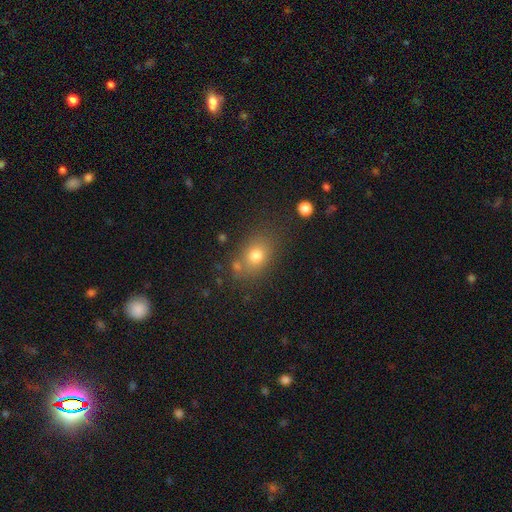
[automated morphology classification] This is likely a smooth galaxy (75%). How rounded: likely in between (63%). Merging: likely none (70%).